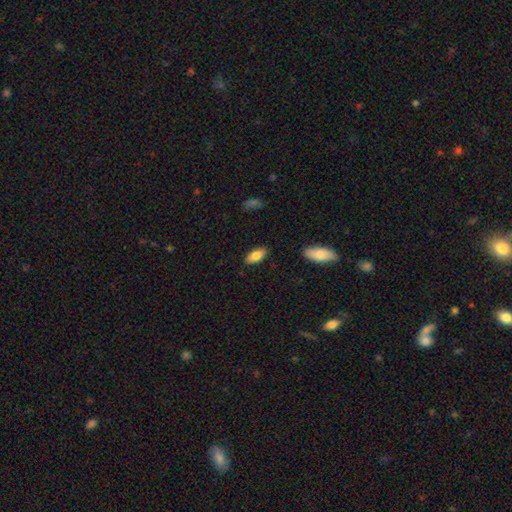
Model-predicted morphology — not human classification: smooth-or-featured: smooth: 82% | featured or disk: 12% | star or artifact: 6%
  how-rounded: in between: 87% | cigar-shaped: 11% | round: 2%
  merging: none: 87% | minor disturbance: 10% | major disturbance: 2% | merger: 1%